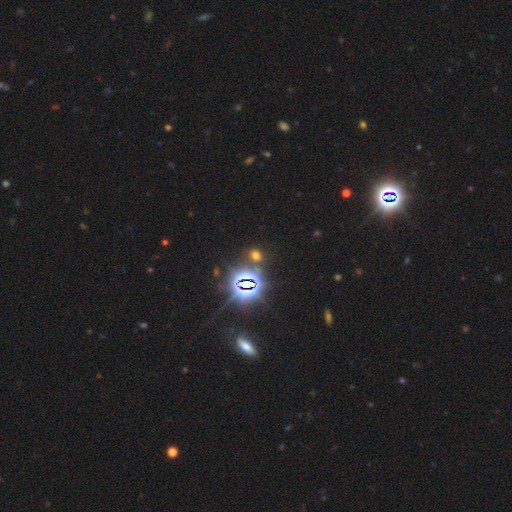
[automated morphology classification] A star or artifact, not a galaxy (55%).